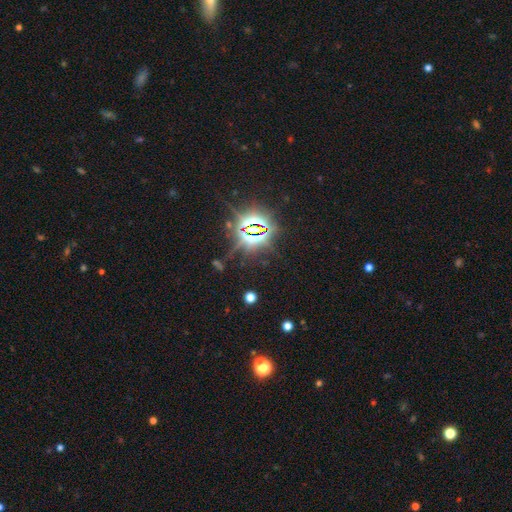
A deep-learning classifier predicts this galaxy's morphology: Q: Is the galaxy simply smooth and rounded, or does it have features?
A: star or artifact — 85%.